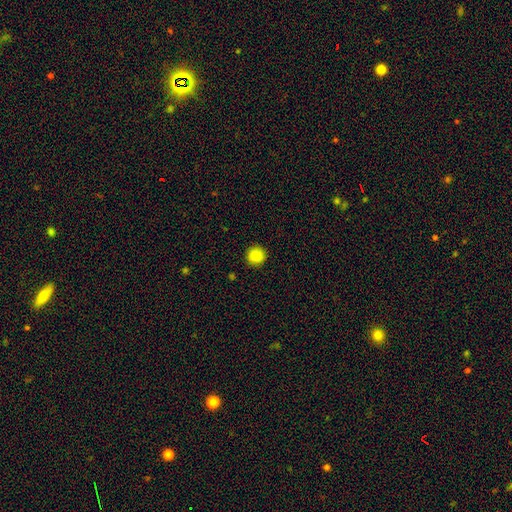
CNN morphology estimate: Smooth or featured? Predicted: smooth (p=0.87). How rounded? Predicted: round (p=0.95). Merging? Predicted: none (p=0.92).